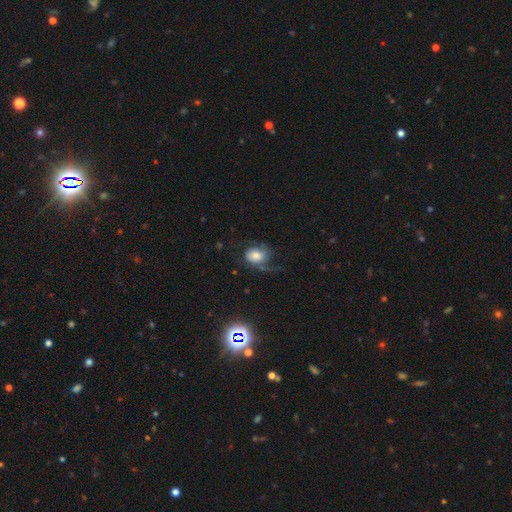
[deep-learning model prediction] Morphology: type=smooth (53%); roundness=in between (56%); merging=none (39%).